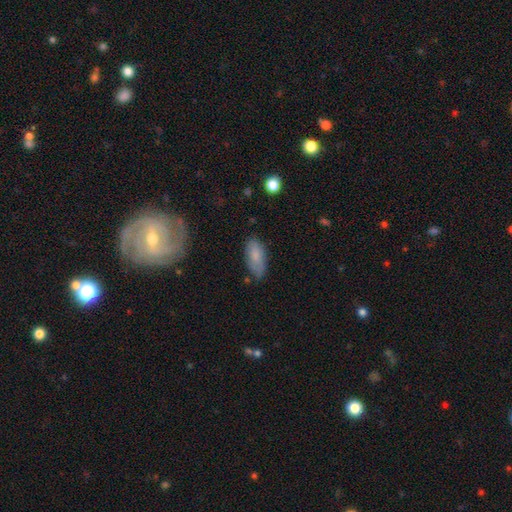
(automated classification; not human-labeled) Smooth or featured?
  - smooth: 81% *
  - featured or disk: 13%
  - star or artifact: 7%
How rounded?
  - in between: 88% *
  - cigar-shaped: 10%
  - round: 2%
Merging?
  - none: 74% *
  - minor disturbance: 20%
  - major disturbance: 4%
  - merger: 2%